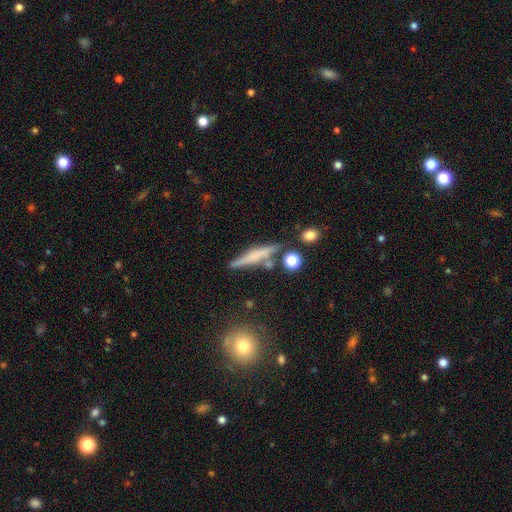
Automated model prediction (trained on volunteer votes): This is possibly a featured or disk galaxy (48%). Merging: likely none (77%).